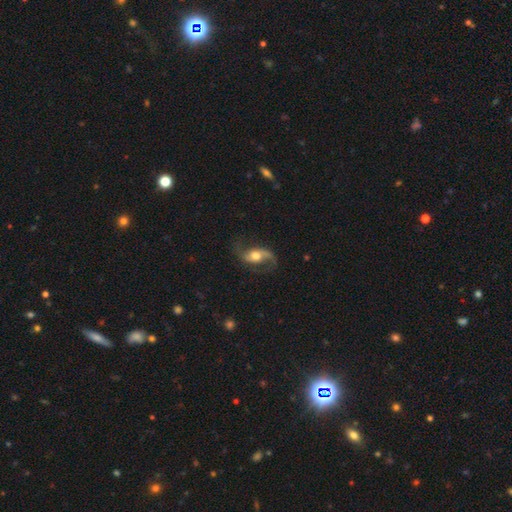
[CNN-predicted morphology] Smooth or featured? Predicted: featured or disk (p=0.80). Edge-on disk? Predicted: no (p=0.95). Bar? Predicted: no (p=0.49). Spiral arms? Predicted: yes (p=0.94). Spiral winding? Predicted: loose (p=0.68). Spiral arm count? Predicted: 2 (p=0.91). Bulge size? Predicted: moderate (p=0.63). Merging? Predicted: none (p=0.69).